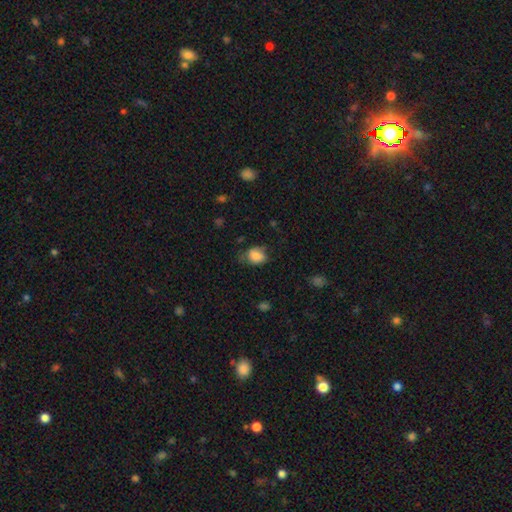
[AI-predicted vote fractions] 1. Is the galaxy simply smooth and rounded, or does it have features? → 81% smooth, 10% featured or disk, 9% star or artifact.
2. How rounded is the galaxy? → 56% in between, 42% round, 1% cigar-shaped.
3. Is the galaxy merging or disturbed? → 48% none, 34% minor disturbance, 16% major disturbance, 2% merger.